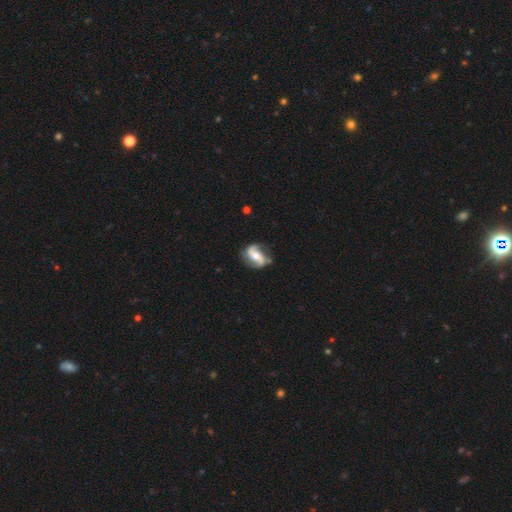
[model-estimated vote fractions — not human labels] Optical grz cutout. It shows a featured or disk galaxy (86%) with a weak bar (35%), 2 (92%) loose (42%, tied with medium) spiral arms (96%) and a moderate central bulge (63%). Merging: none (76%).